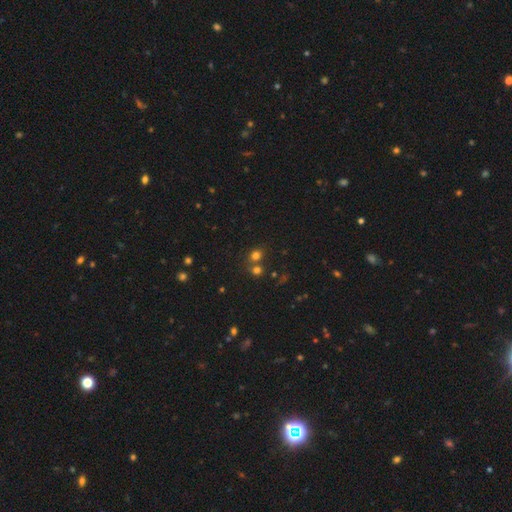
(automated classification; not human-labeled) A smooth galaxy with no disk features (71%) that is round (78%). Merging: none (58%).